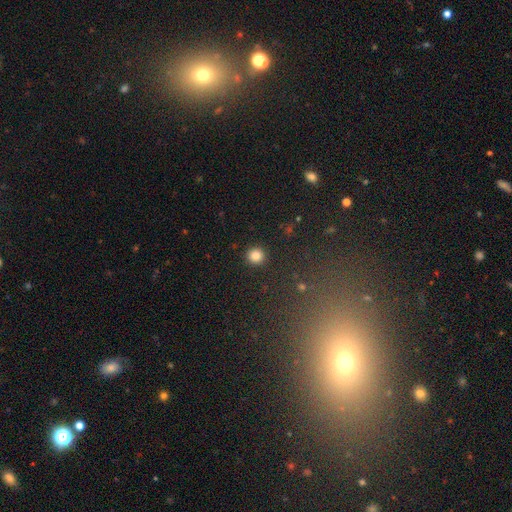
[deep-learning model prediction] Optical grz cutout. It shows a smooth galaxy with no disk features (85%) that is round (95%). Merging: none (93%).